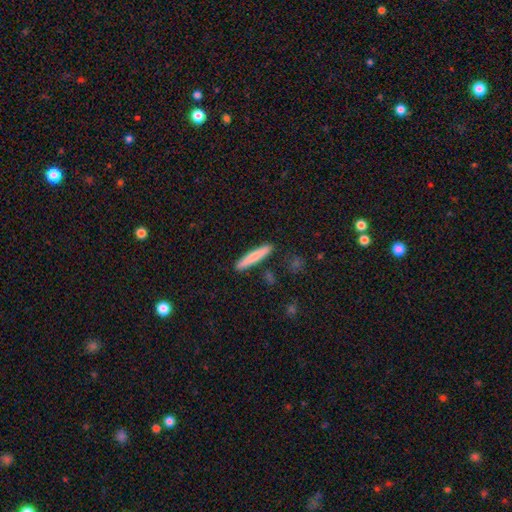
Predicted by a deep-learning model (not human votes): This appears to be a smooth galaxy with no disk features (77%) that is cigar-shaped (93%). Merging: none (89%).